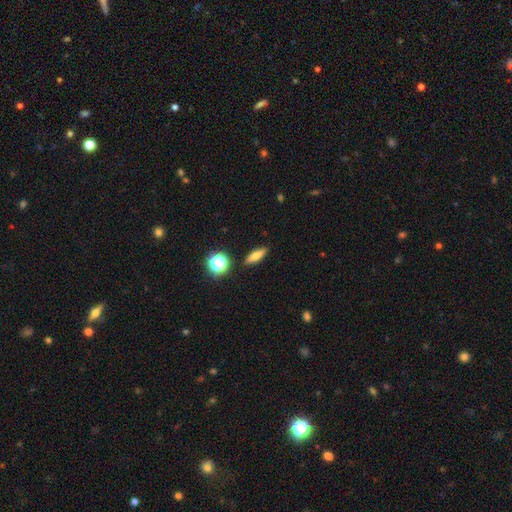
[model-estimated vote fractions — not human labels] A smooth galaxy with no disk features (67%) that is cigar-shaped (48%). Merging: none (89%).